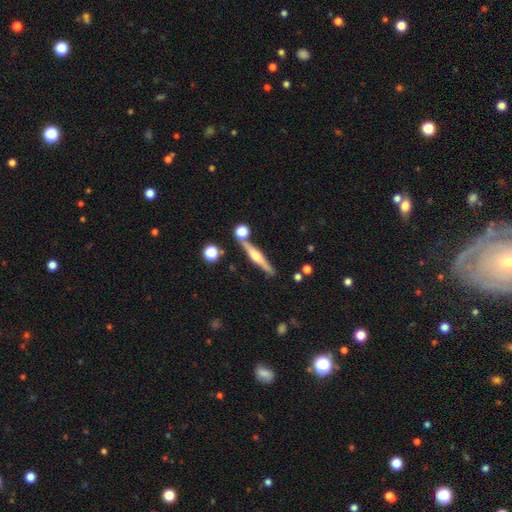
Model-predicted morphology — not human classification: Overall: featured or disk (66%; smooth 28%). Edge-on disk: yes (97%). Edge-on bulge: rounded (84%). Merging: none (79%).